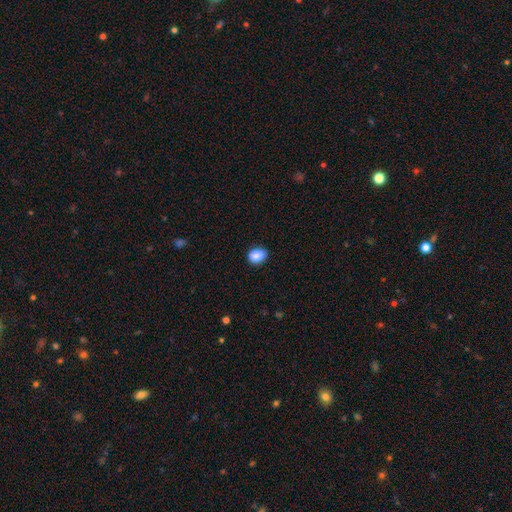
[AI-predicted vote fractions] smooth_or_featured: smooth (p=0.87) [alt: star or artifact p=0.08]
how_rounded: in between (p=0.61) [alt: round p=0.37]
merging: none (p=0.84) [alt: minor disturbance p=0.13]